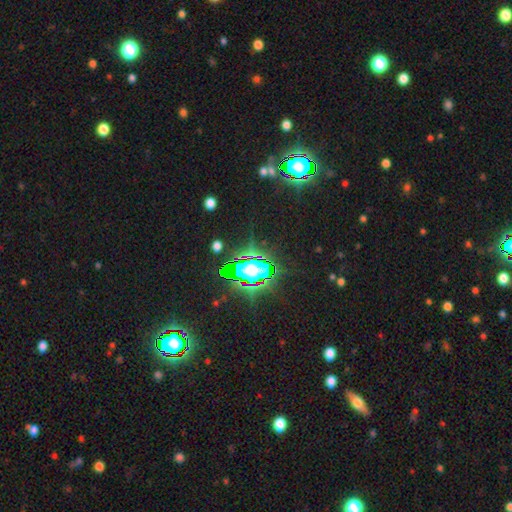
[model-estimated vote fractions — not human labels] A star or artifact, not a galaxy (84%).

Vote fractions:
- Smooth or featured? star or artifact: 84% / smooth: 9% / featured or disk: 7%